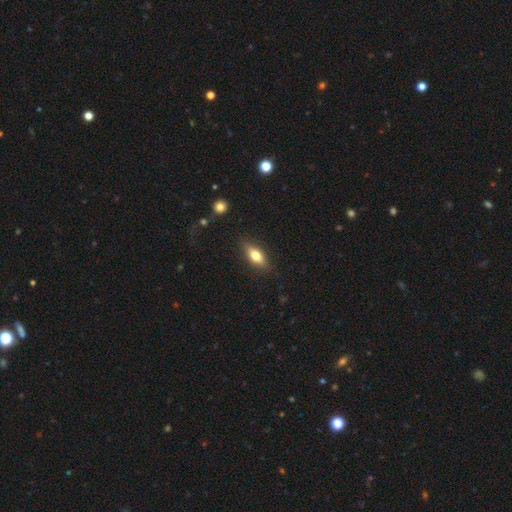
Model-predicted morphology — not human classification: type=smooth (70%); roundness=in between (73%); merging=none (85%).